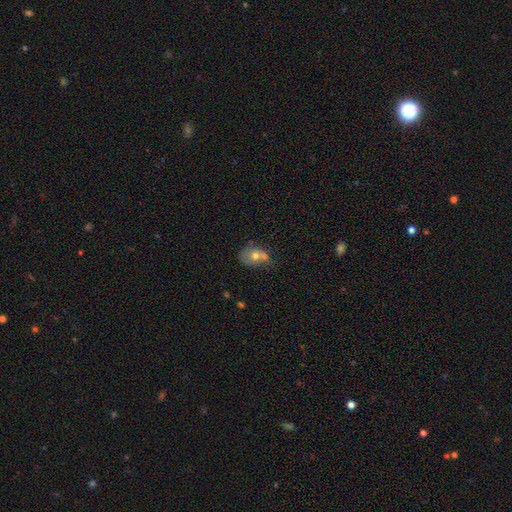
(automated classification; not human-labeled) Overall: smooth (57%; featured or disk 33%). How rounded: in between (65%; round 33%). Merging: none (30%; merger 28%).